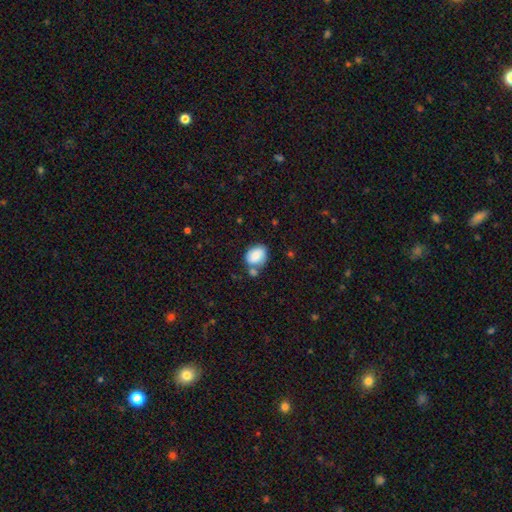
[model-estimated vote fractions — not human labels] Smooth or featured: smooth — 85% (star or artifact — 7%)
How rounded: in between — 61% (round — 38%)
Merging: none — 52% (merger — 24%)